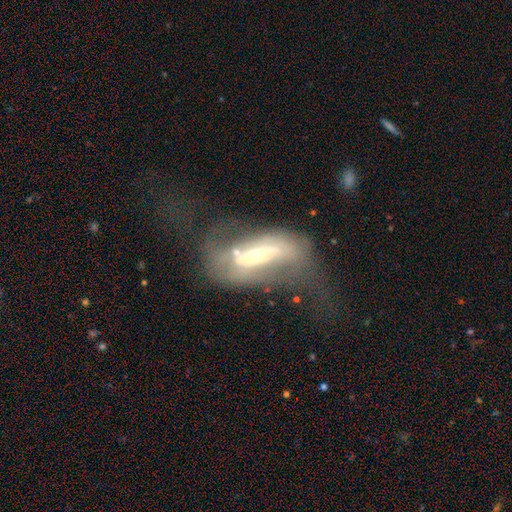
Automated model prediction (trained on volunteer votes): Smooth or featured?
  - featured or disk: 73% *
  - smooth: 19%
  - star or artifact: 8%
Edge-on disk?
  - no: 90% *
  - yes: 10%
Bar?
  - no: 45% *
  - weak: 29%
  - strong: 26%
Spiral arms?
  - yes: 62% *
  - no: 38%
Bulge size?
  - moderate: 49% *
  - small: 45%
  - large: 4%
  - dominant: 1%
  - none: 1%
Merging?
  - major disturbance: 41% *
  - none: 28%
  - minor disturbance: 19%
  - merger: 12%